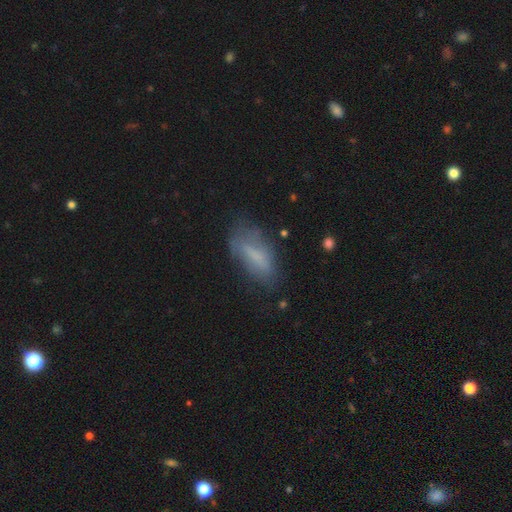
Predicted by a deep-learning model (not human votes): Smooth or featured? Predicted: smooth (p=0.64). How rounded? Predicted: in between (p=0.69). Merging? Predicted: none (p=0.59).